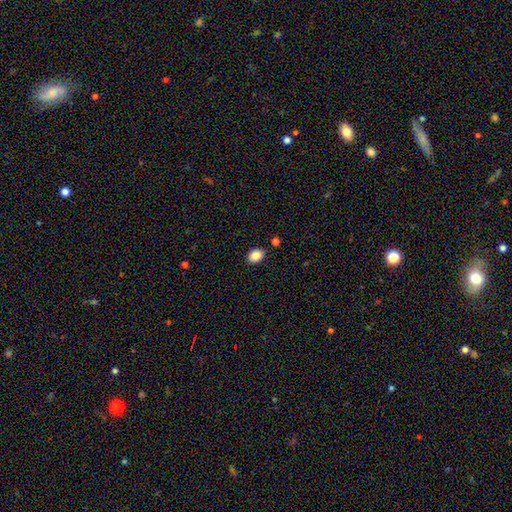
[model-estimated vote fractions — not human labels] smooth 86%, star or artifact 9%, featured or disk 5%. Down the decision tree: how rounded — in between (72%); merging — none (88%).